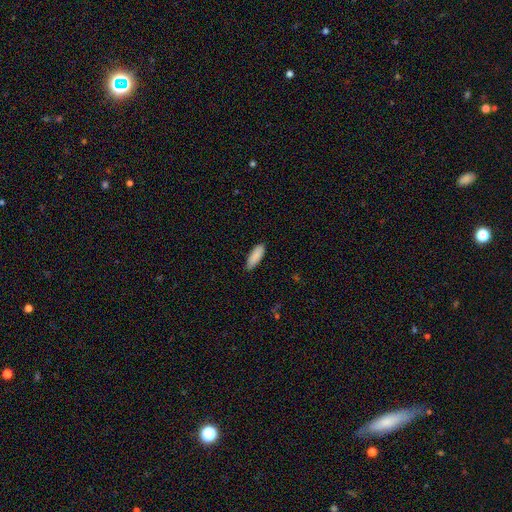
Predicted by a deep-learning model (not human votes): Smooth or featured?
  - smooth: 90% *
  - star or artifact: 6%
  - featured or disk: 4%
How rounded?
  - in between: 66% *
  - cigar-shaped: 33%
  - round: 1%
Merging?
  - none: 84% *
  - minor disturbance: 13%
  - major disturbance: 2%
  - merger: 1%